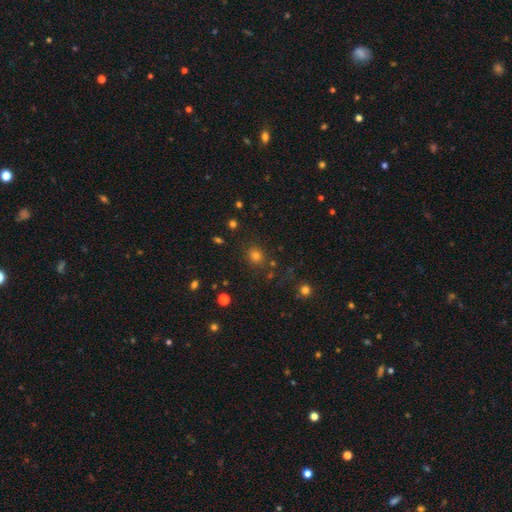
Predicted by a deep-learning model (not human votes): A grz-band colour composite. It shows a smooth galaxy with no disk features (71%) that is round (82%). Merging: none (84%).